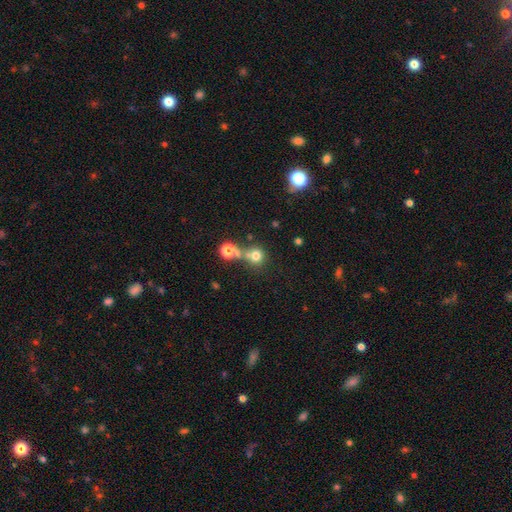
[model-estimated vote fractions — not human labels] This is likely a smooth galaxy (73%). How rounded: clearly round (88%). Merging: possibly none (54%).